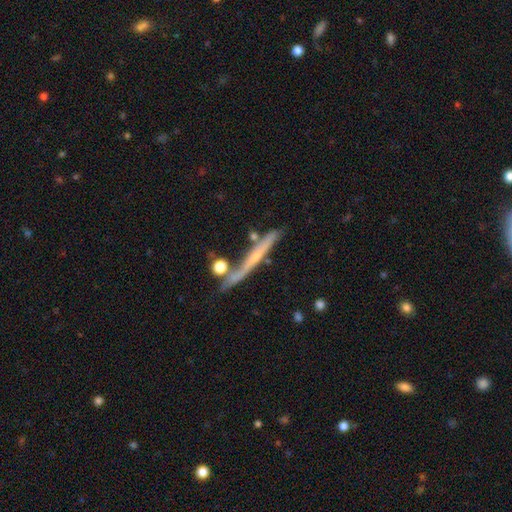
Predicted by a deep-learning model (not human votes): Smooth or featured?
  - featured or disk: 65% *
  - smooth: 28%
  - star or artifact: 7%
Edge-on disk?
  - yes: 93% *
  - no: 7%
Edge-on bulge?
  - rounded: 50% *
  - none: 44%
  - boxy: 6%
Merging?
  - none: 67% *
  - minor disturbance: 16%
  - merger: 12%
  - major disturbance: 5%